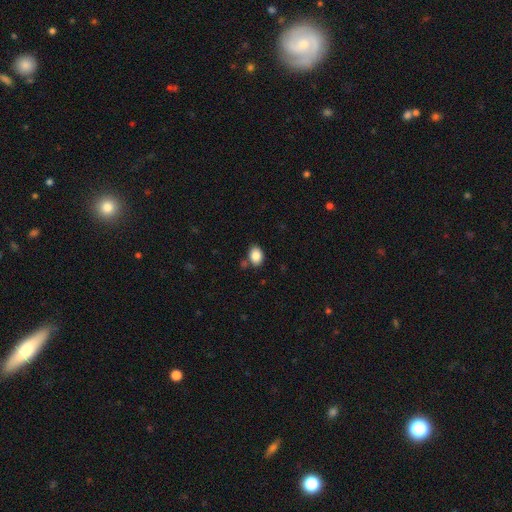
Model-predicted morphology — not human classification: Q: Smooth or featured?
A: smooth (87%); runner-up: star or artifact (8%)
Q: How rounded?
A: in between (78%); runner-up: round (21%)
Q: Merging?
A: none (76%); runner-up: minor disturbance (13%)